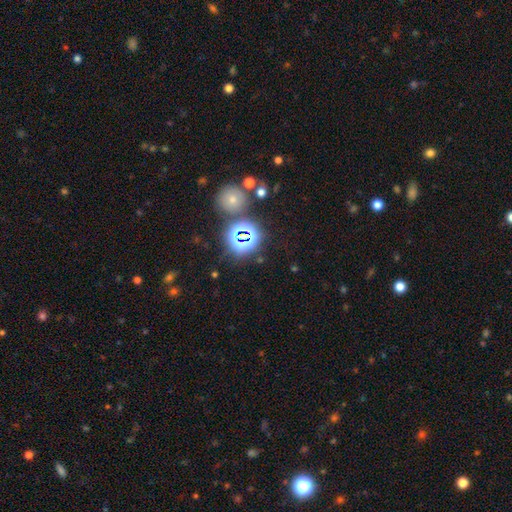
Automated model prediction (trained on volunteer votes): Morphology: type=star or artifact (75%).